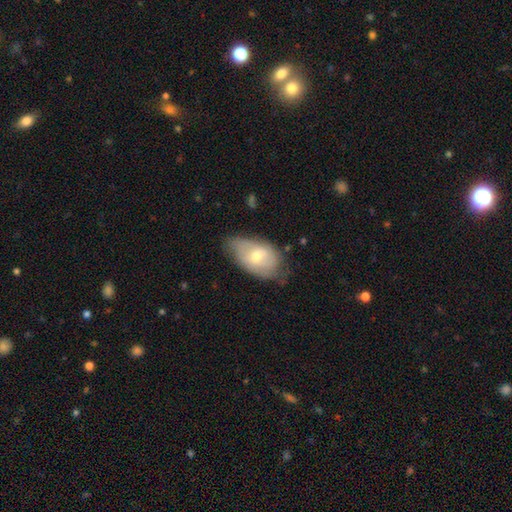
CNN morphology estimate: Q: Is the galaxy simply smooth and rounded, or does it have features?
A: smooth — 56%.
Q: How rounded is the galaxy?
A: in between — 90%.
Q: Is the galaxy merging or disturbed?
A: none — 55%.